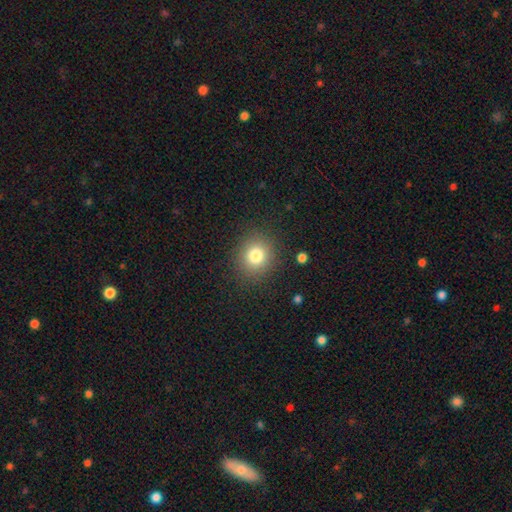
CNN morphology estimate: Smooth or featured: smooth — 79% (star or artifact — 13%)
How rounded: round — 84% (in between — 15%)
Merging: none — 87% (minor disturbance — 8%)